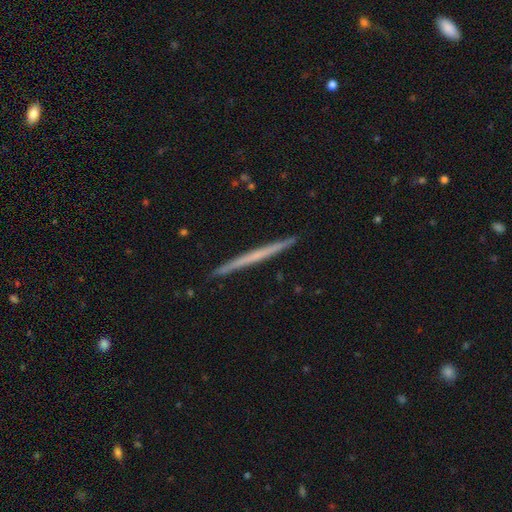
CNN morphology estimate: Q: Smooth or featured?
A: featured or disk (55%); runner-up: smooth (40%)
Q: Edge-on disk?
A: yes (98%); runner-up: no (2%)
Q: Edge-on bulge?
A: none (89%); runner-up: rounded (8%)
Q: Merging?
A: none (92%); runner-up: minor disturbance (6%)